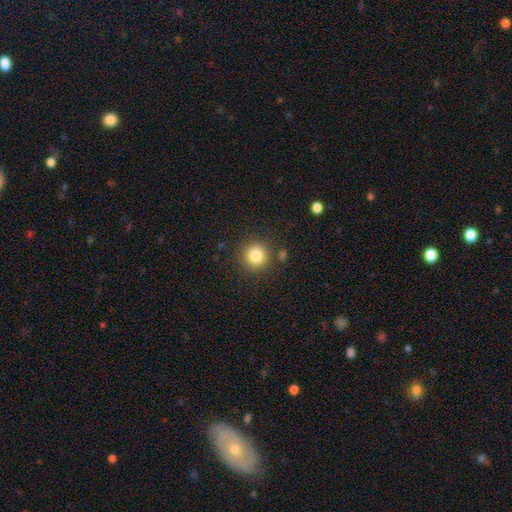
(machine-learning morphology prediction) smooth 82%, star or artifact 12%, featured or disk 6%. Down the decision tree: how rounded — round (94%); merging — none (85%).